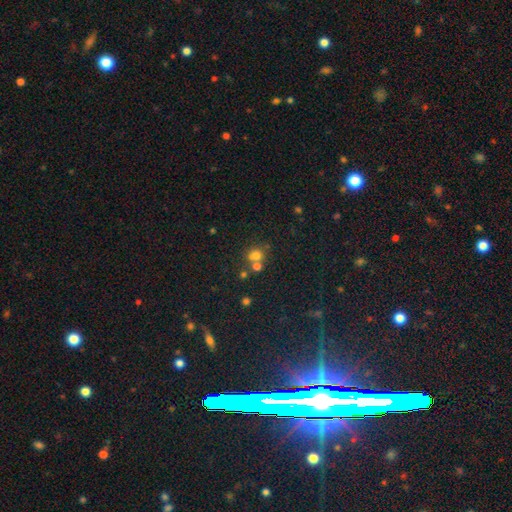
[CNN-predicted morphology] type=smooth (69%); roundness=round (67%); merging=none (47%).